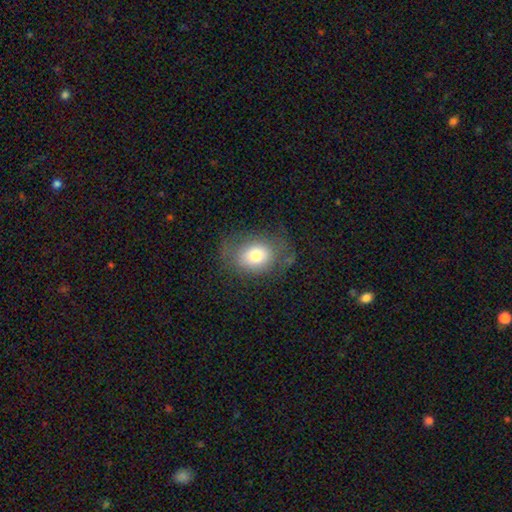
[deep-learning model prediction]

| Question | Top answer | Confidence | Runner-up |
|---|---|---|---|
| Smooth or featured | smooth | 72% | featured or disk (18%) |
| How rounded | in between | 55% | round (44%) |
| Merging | none | 64% | minor disturbance (21%) |